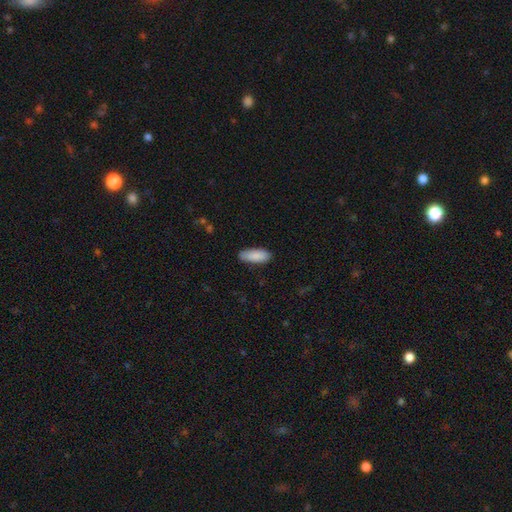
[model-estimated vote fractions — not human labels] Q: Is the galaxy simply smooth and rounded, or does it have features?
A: smooth — 89%.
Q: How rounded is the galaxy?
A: in between — 80%.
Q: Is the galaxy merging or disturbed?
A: none — 84%.